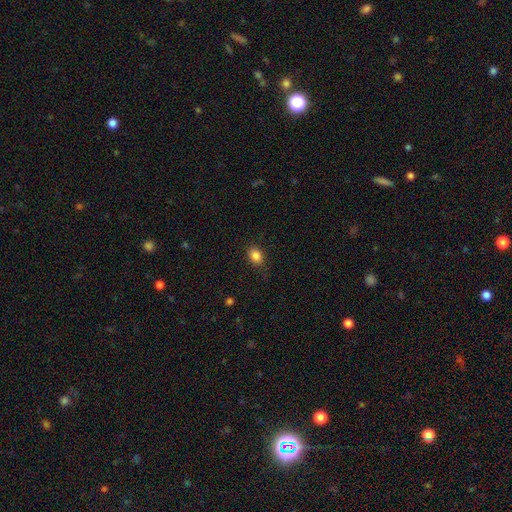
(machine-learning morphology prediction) Overall: smooth (85%). How rounded: in between (64%; round 35%). Merging: none (85%).